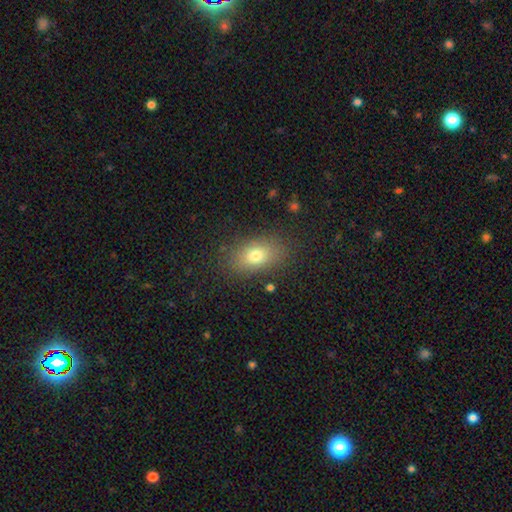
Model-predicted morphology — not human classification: This is likely a smooth galaxy (76%). How rounded: clearly in between (82%). Merging: clearly none (84%).